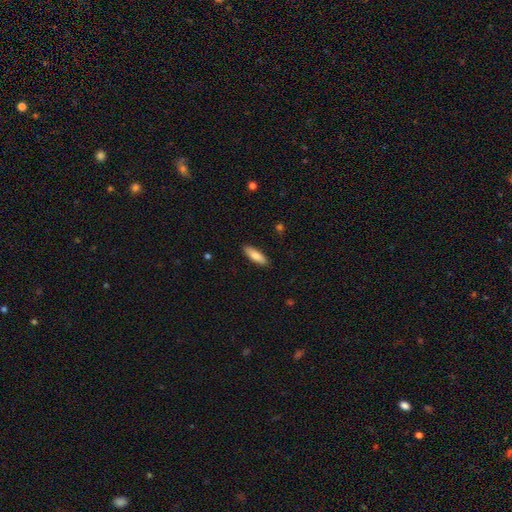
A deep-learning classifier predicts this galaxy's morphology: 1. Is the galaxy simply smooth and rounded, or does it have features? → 82% smooth, 13% featured or disk, 6% star or artifact.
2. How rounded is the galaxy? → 51% cigar-shaped, 47% in between, 2% round.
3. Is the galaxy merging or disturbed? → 89% none, 8% minor disturbance, 2% major disturbance, 1% merger.